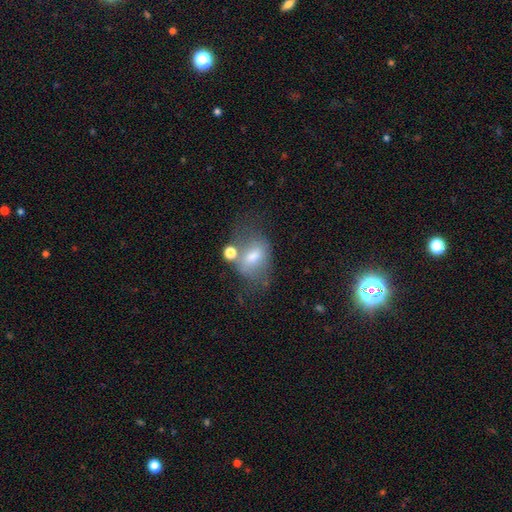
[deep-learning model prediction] The model was most divided on "smooth or featured": smooth: 51%, featured or disk: 33%, star or artifact: 16%. Remaining: how rounded — in between (74%); merging — none (46%).